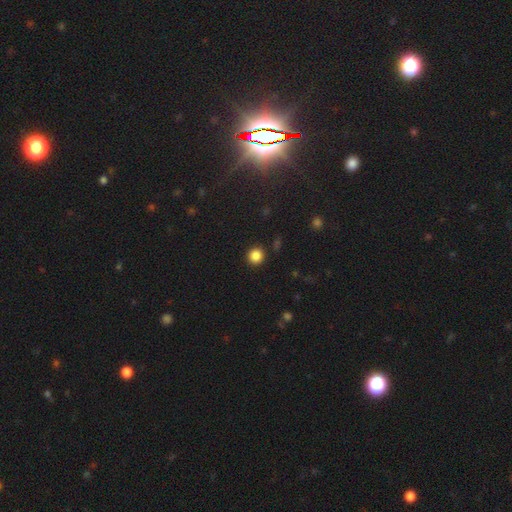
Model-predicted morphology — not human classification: smooth 85%, star or artifact 11%, featured or disk 3%. Down the decision tree: how rounded — round (93%); merging — none (91%).